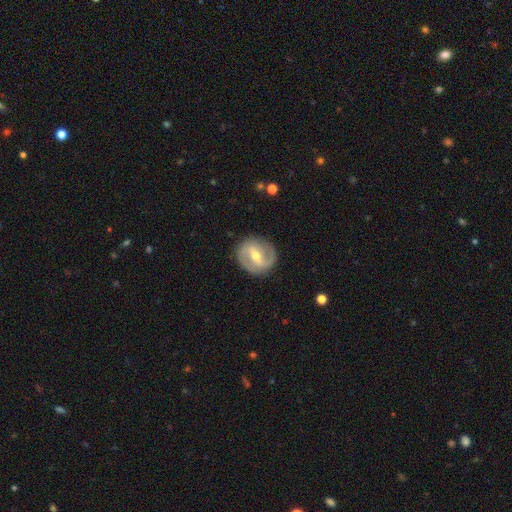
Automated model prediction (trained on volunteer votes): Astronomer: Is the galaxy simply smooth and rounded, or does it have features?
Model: featured or disk — 81%.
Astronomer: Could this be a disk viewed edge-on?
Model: no — 96%.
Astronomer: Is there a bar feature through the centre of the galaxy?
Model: strong — 44% (runner-up: weak, 42%).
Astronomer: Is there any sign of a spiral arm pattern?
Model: yes — 89%.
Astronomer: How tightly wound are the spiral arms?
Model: medium — 46% (runner-up: tight, 27%).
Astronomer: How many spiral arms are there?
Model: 2 — 87%.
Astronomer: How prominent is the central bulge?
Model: moderate — 53% (runner-up: small, 44%).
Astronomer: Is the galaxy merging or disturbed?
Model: none — 85%.